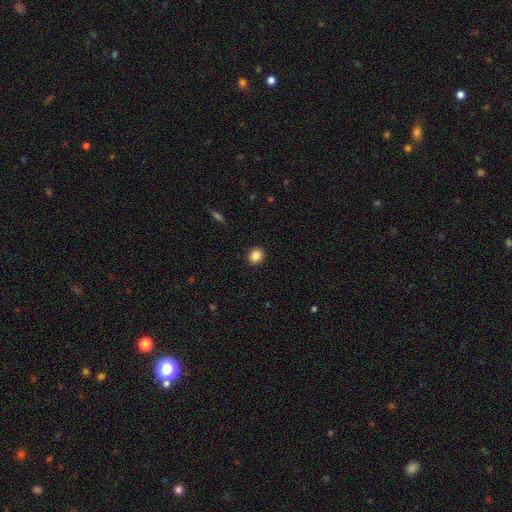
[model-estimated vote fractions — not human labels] smooth 86%, star or artifact 9%, featured or disk 4%. Down the decision tree: how rounded — round (76%); merging — none (92%).